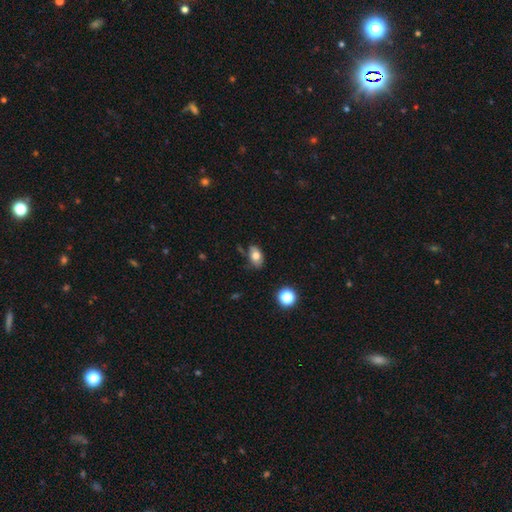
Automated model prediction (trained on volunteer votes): This is likely a smooth galaxy (73%). How rounded: clearly in between (86%). Merging: likely none (63%).